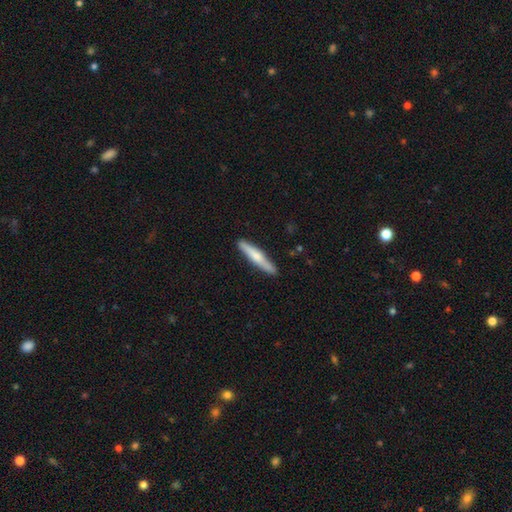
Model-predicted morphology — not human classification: This appears to be a smooth galaxy with no disk features (58%) that is cigar-shaped (93%). Merging: none (89%).